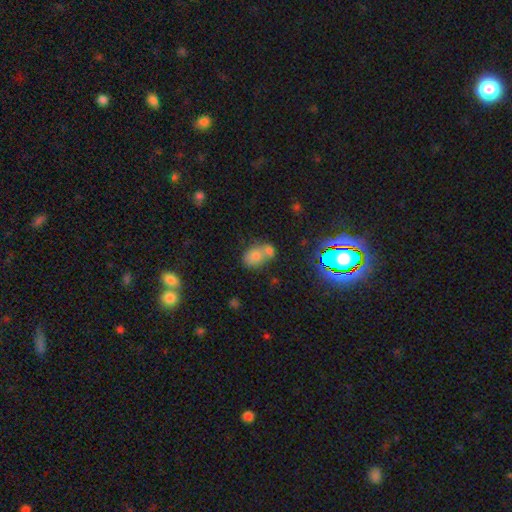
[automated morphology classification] The model was most divided on "merging": merger: 53%, none: 33%, minor disturbance: 10%, major disturbance: 4%. More confident: smooth or featured — smooth (69%); how rounded — in between (63%).